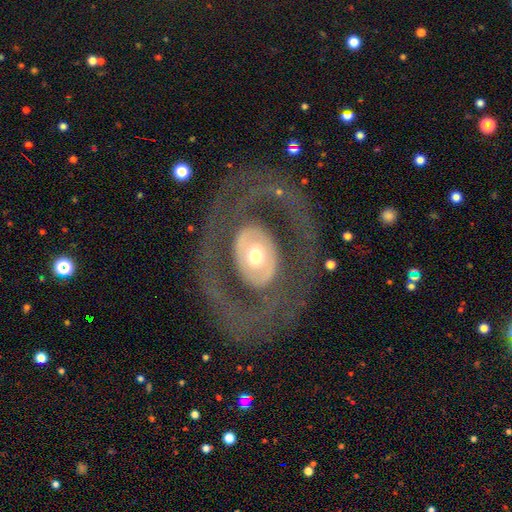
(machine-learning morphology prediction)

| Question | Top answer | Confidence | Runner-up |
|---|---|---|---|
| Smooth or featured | featured or disk | 70% | smooth (24%) |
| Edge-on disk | no | 92% | yes (8%) |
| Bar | no | 82% | weak (11%) |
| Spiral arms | no | 61% | yes (39%) |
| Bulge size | moderate | 61% | large (23%) |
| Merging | none | 73% | major disturbance (15%) |